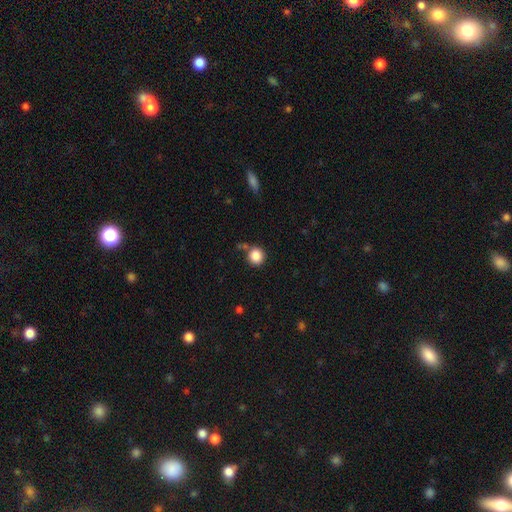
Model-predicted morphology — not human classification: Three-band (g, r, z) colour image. It shows a smooth galaxy with no disk features (86%) that is round (91%). Merging: none (78%).